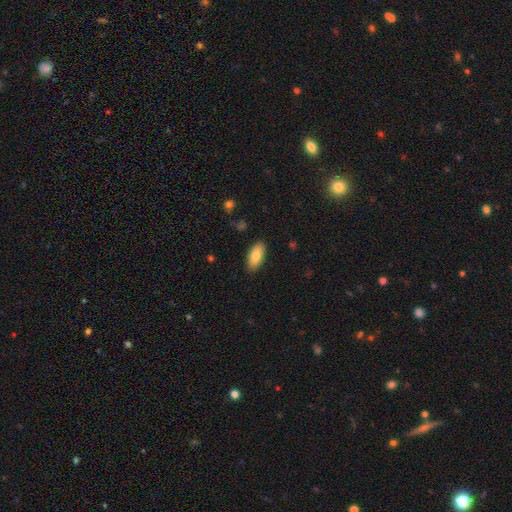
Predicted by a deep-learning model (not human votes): Smooth or featured? Predicted: smooth (p=0.81). How rounded? Predicted: in between (p=0.88). Merging? Predicted: none (p=0.88).